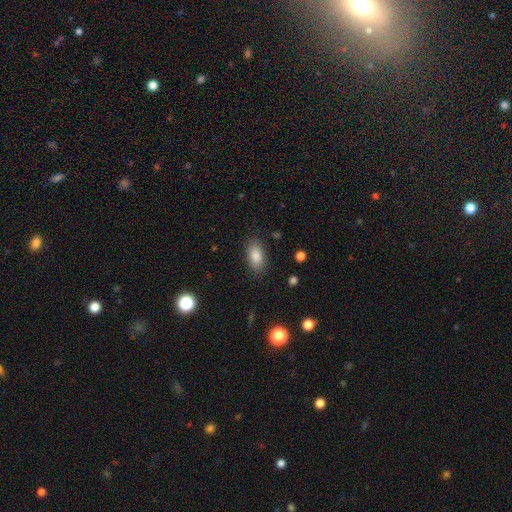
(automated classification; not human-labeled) Smooth or featured? Predicted: smooth (p=0.86). How rounded? Predicted: in between (p=0.91). Merging? Predicted: none (p=0.86).